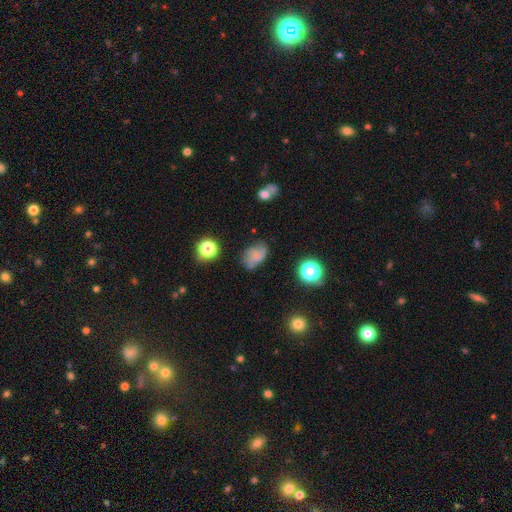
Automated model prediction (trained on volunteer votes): Smooth or featured? Predicted: smooth (p=0.53). How rounded? Predicted: in between (p=0.76). Merging? Predicted: none (p=0.56).